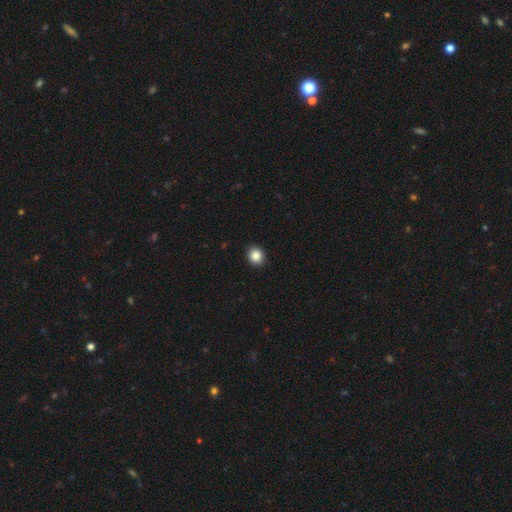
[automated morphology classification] smooth_or_featured: smooth (p=0.85) [alt: star or artifact p=0.10]
how_rounded: round (p=0.77) [alt: in between p=0.22]
merging: none (p=0.92) [alt: minor disturbance p=0.05]